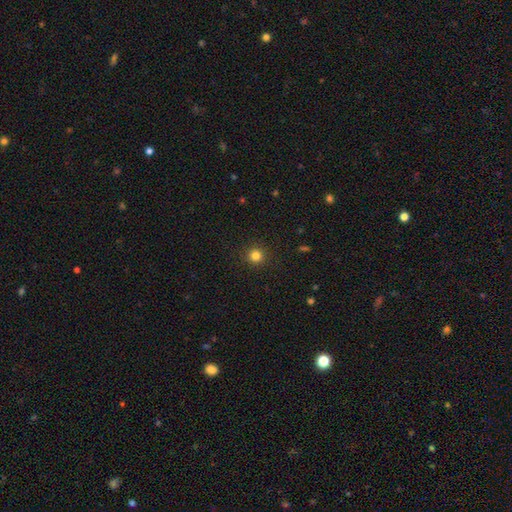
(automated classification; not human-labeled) smooth 82%, star or artifact 14%, featured or disk 5%. Down the decision tree: how rounded — round (95%); merging — none (92%).